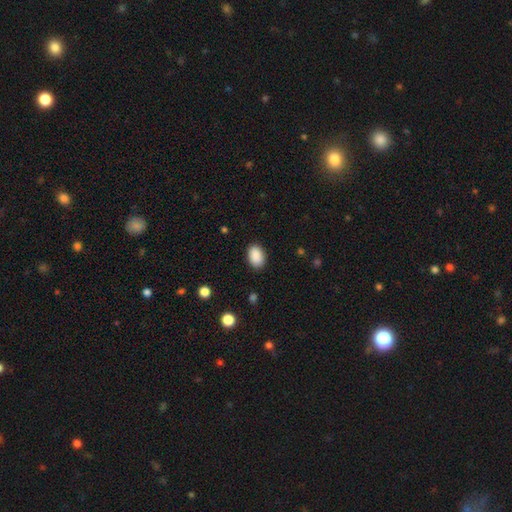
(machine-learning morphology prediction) Smooth or featured? Predicted: smooth (p=0.90). How rounded? Predicted: in between (p=0.87). Merging? Predicted: none (p=0.87).